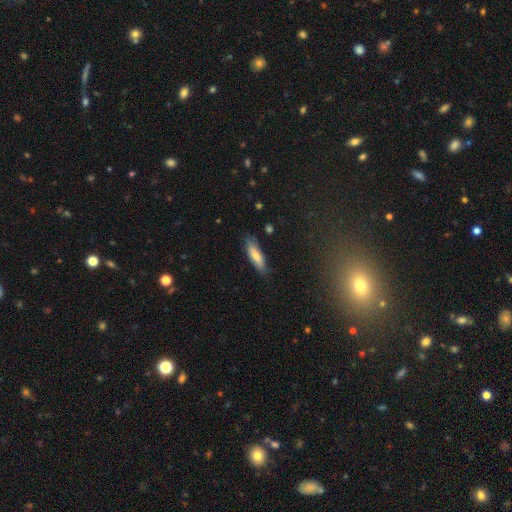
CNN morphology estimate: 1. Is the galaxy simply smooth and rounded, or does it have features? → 68% smooth, 26% featured or disk, 7% star or artifact.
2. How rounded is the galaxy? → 58% cigar-shaped, 40% in between, 2% round.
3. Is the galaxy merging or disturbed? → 79% none, 17% minor disturbance, 3% major disturbance, 2% merger.